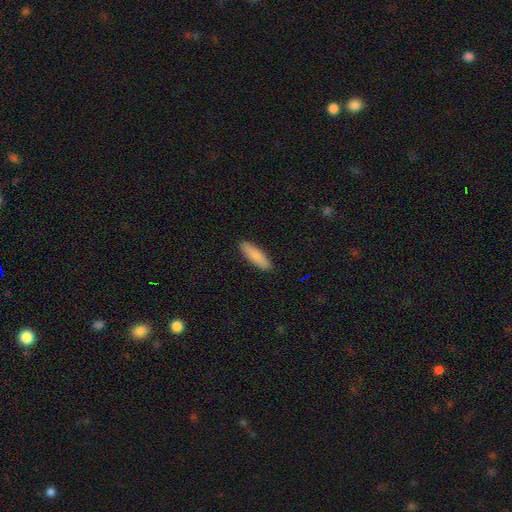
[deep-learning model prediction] A smooth galaxy with no disk features (87%) that is cigar-shaped (61%). Merging: none (90%).